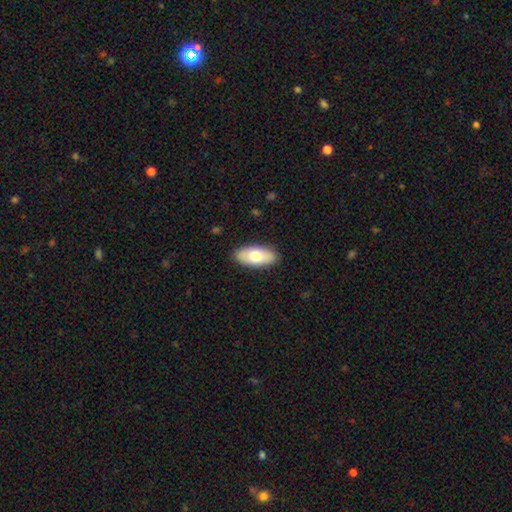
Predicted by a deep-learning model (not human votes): A smooth galaxy with no disk features (72%) that is in between round and cigar-shaped (91%).

Vote fractions:
- Smooth or featured? smooth: 72% / featured or disk: 23% / star or artifact: 6%
- How rounded? in between: 91% / cigar-shaped: 6% / round: 3%
- Merging? none: 89% / minor disturbance: 8% / major disturbance: 2% / merger: 1%